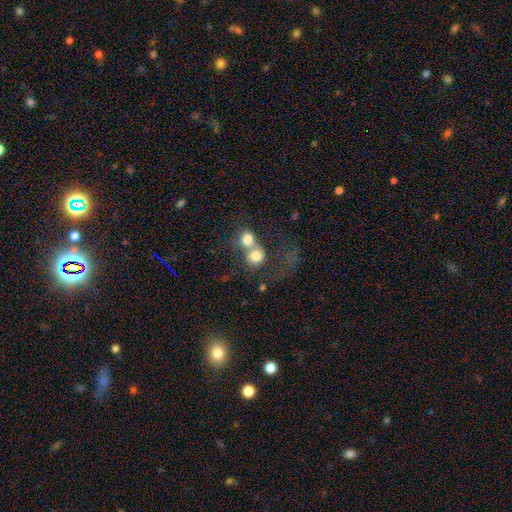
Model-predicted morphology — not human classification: smooth_or_featured: smooth (p=0.70) [alt: featured or disk p=0.20]
how_rounded: round (p=0.75) [alt: in between p=0.24]
merging: merger (p=0.73) [alt: none p=0.15]